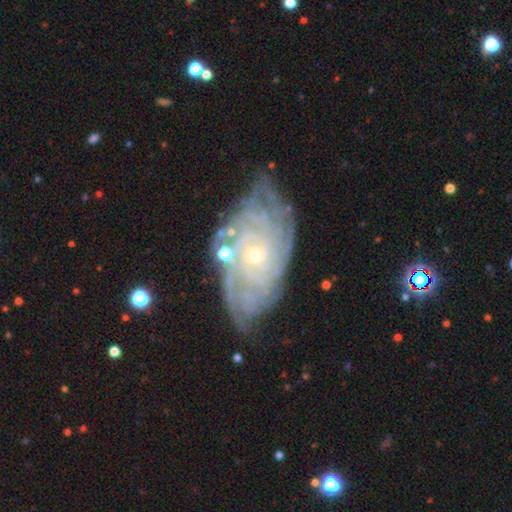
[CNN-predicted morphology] This appears to be a featured or disk galaxy (86%) with no bar (76%), tight (83%) spiral arms (97%) and a small central bulge (77%). Merging: none (71%).